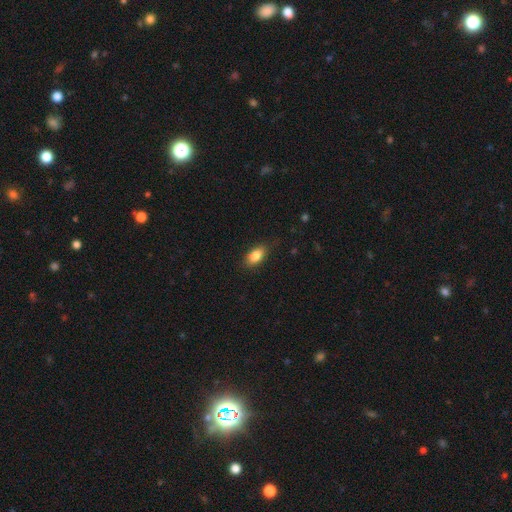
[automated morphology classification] Smooth or featured?
  - smooth: 85% *
  - star or artifact: 8%
  - featured or disk: 7%
How rounded?
  - in between: 89% *
  - round: 6%
  - cigar-shaped: 5%
Merging?
  - none: 83% *
  - minor disturbance: 13%
  - major disturbance: 3%
  - merger: 1%